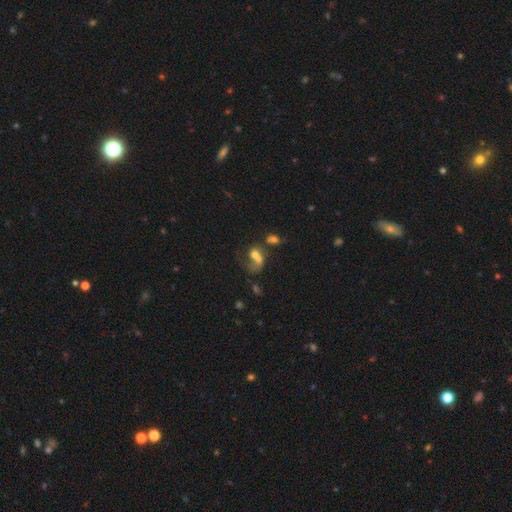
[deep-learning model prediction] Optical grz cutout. It shows a smooth galaxy with no disk features (50%). Merging: merger (57%).